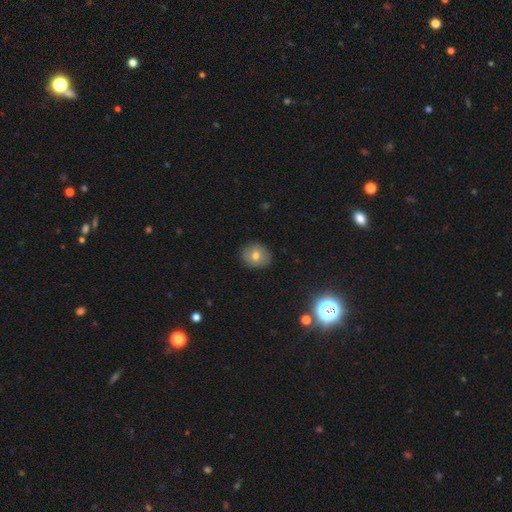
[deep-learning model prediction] Overall: smooth (71%). How rounded: round (69%; in between 30%). Merging: none (86%).